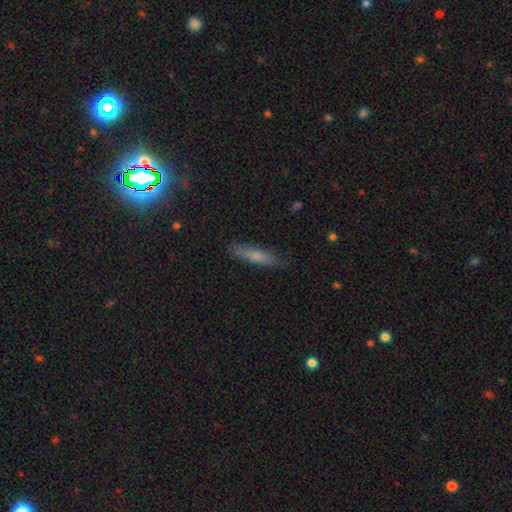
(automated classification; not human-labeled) This is likely a smooth galaxy (67%). How rounded: clearly cigar-shaped (84%). Merging: clearly none (85%).